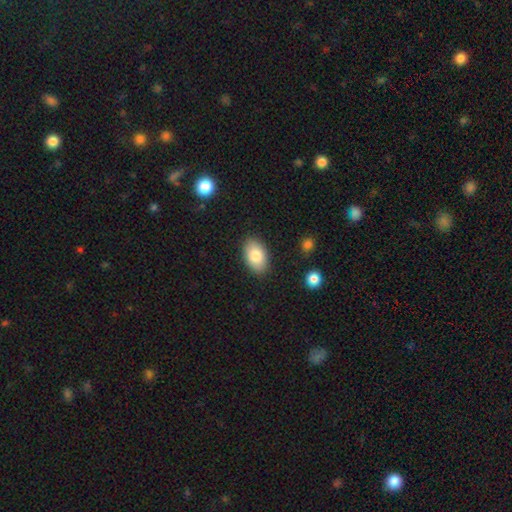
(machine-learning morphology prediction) smooth-or-featured: smooth: 84% | featured or disk: 10% | star or artifact: 7%
  how-rounded: in between: 92% | round: 6% | cigar-shaped: 1%
  merging: none: 87% | minor disturbance: 9% | major disturbance: 2% | merger: 1%